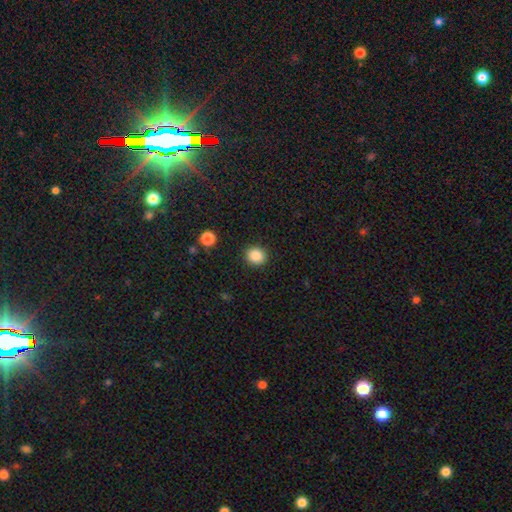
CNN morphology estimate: smooth-or-featured: smooth: 86% | star or artifact: 10% | featured or disk: 4%
  how-rounded: round: 80% | in between: 19% | cigar-shaped: 1%
  merging: none: 90% | minor disturbance: 6% | major disturbance: 2% | merger: 1%